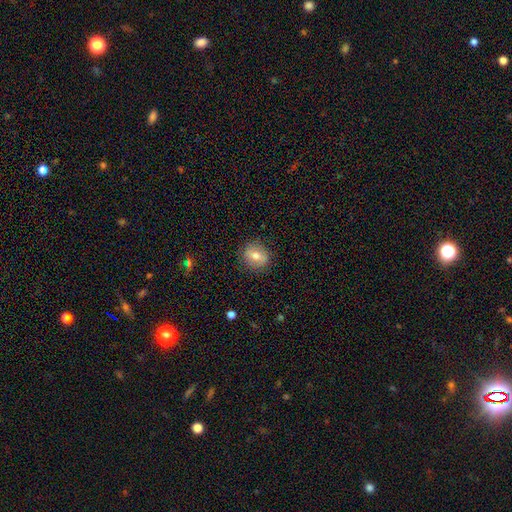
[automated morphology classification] Q: Smooth or featured?
A: smooth (59%); runner-up: featured or disk (32%)
Q: How rounded?
A: round (66%); runner-up: in between (33%)
Q: Merging?
A: none (83%); runner-up: minor disturbance (12%)